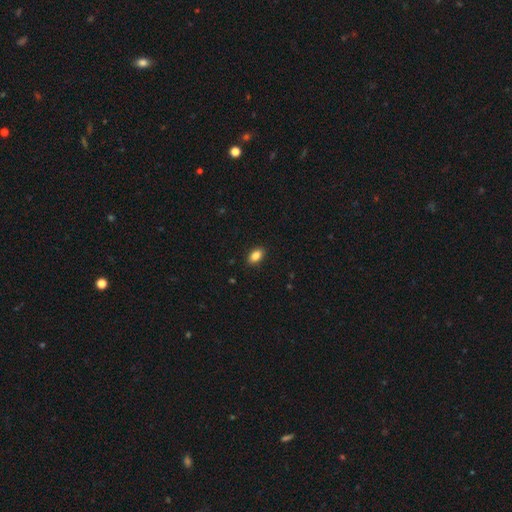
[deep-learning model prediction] This appears to be a smooth galaxy with no disk features (87%) that is in between round and cigar-shaped (90%). Merging: none (90%).